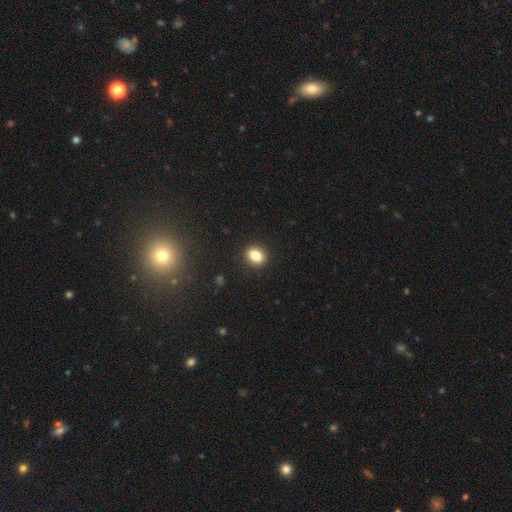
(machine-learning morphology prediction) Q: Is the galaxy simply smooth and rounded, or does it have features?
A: smooth — 83%.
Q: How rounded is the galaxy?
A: in between — 52%.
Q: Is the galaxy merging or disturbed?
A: none — 90%.